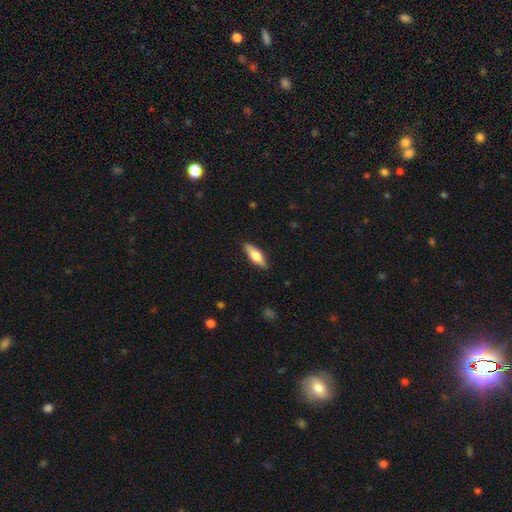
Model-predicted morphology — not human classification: type=smooth (56%); roundness=in between (52%); merging=none (87%).